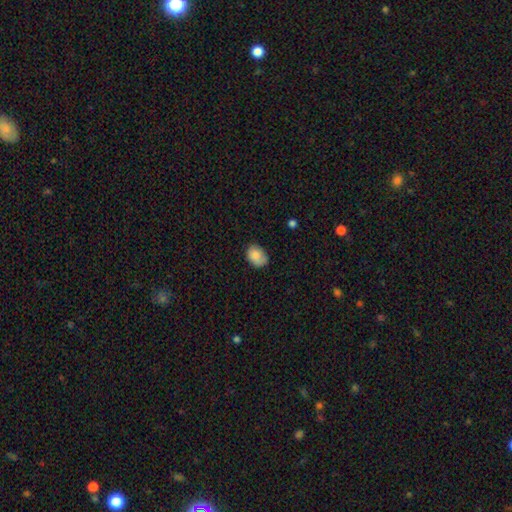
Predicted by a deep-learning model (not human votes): This is clearly a smooth galaxy (83%). How rounded: likely in between (68%). Merging: likely none (66%).